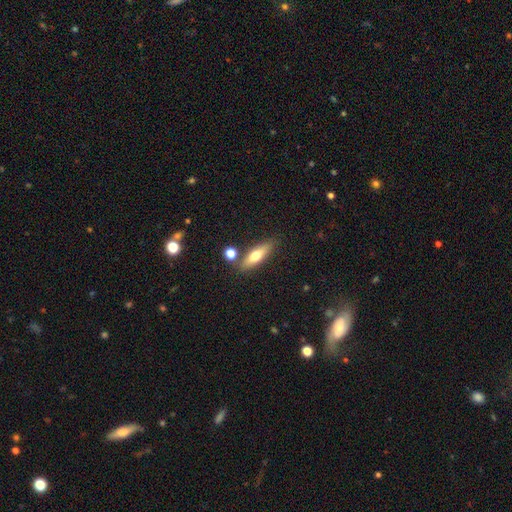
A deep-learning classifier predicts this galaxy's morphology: Q: Smooth or featured?
A: smooth (58%); runner-up: featured or disk (35%)
Q: How rounded?
A: cigar-shaped (55%); runner-up: in between (41%)
Q: Merging?
A: none (77%); runner-up: minor disturbance (12%)